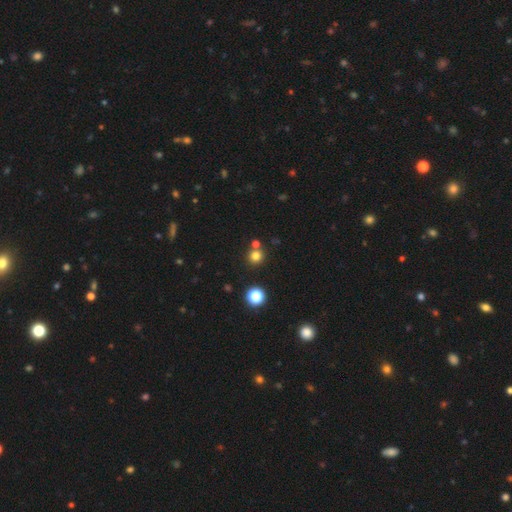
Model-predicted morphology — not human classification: A smooth galaxy with no disk features (75%) that is round (92%). Merging: none (73%).